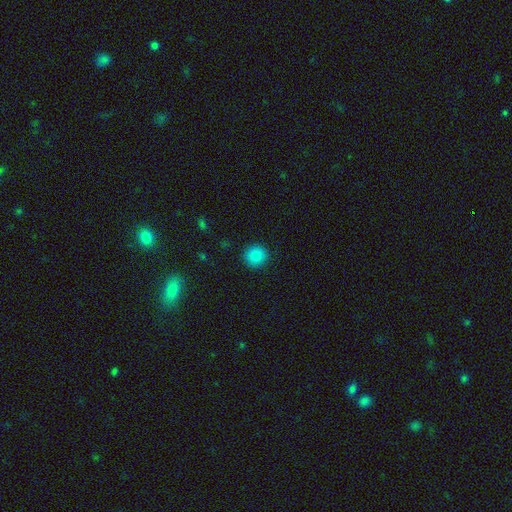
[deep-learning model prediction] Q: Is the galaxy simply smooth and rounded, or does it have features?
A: smooth — 85%.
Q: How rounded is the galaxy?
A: round — 94%.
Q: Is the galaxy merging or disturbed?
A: none — 92%.